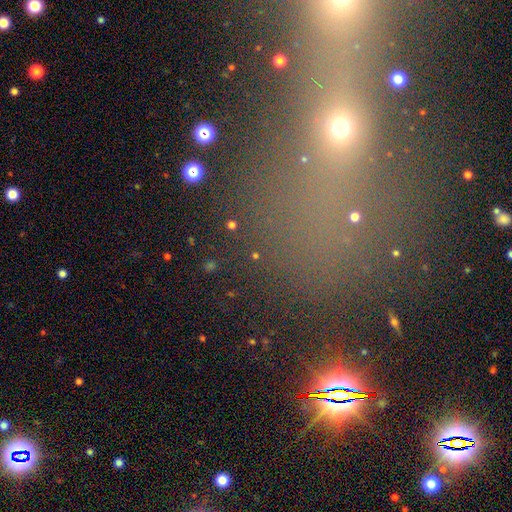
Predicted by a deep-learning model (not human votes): Smooth or featured? star or artifact (57%)